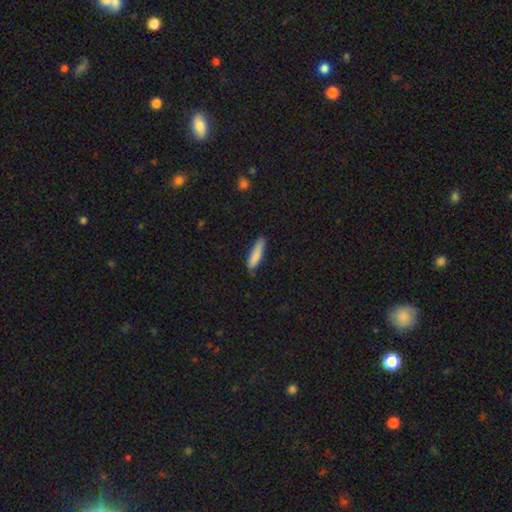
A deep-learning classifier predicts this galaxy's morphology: smooth 84%, featured or disk 10%, star or artifact 6%. Down the decision tree: how rounded — cigar-shaped (80%); merging — none (75%).